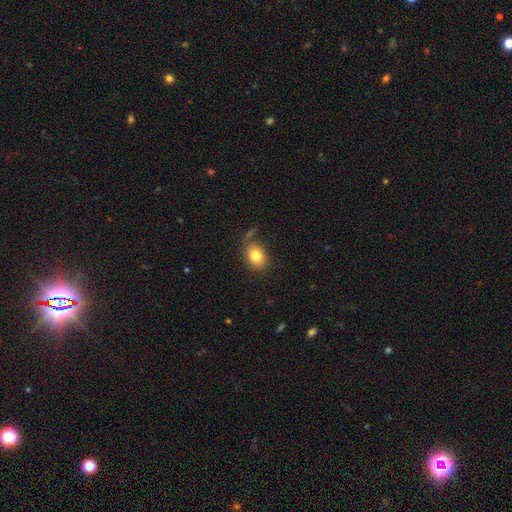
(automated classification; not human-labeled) Morphology: type=smooth (83%); roundness=in between (70%); merging=none (76%).